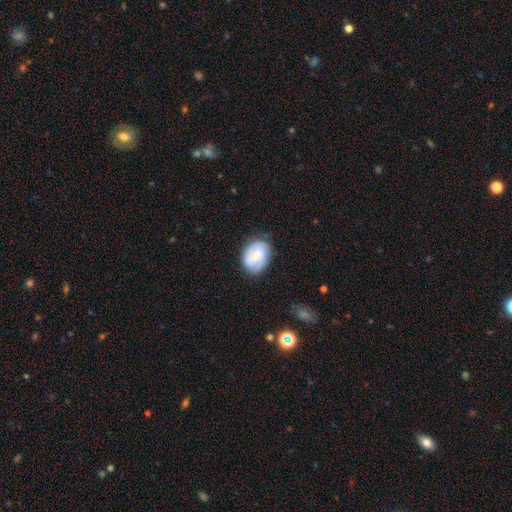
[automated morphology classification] Overall: smooth (50%; featured or disk 42%). How rounded: in between (65%; round 34%). Merging: none (72%).